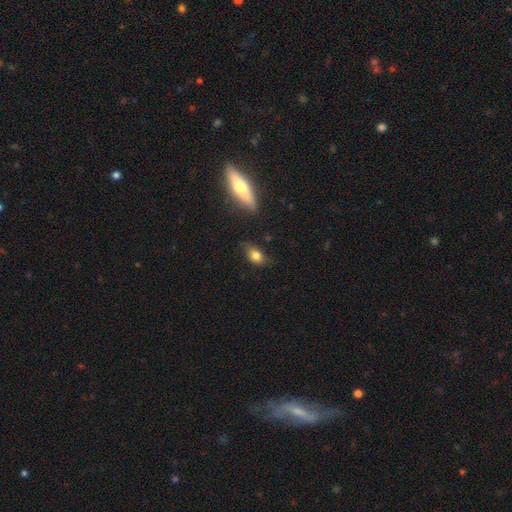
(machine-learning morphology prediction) Overall: smooth (78%). How rounded: in between (81%). Merging: none (65%; minor disturbance 25%).